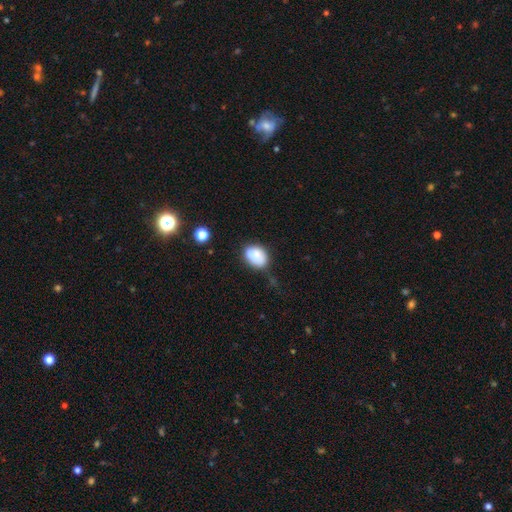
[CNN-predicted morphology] The model was most divided on "merging": none: 54%, minor disturbance: 30%, major disturbance: 8%, merger: 8%. More confident: smooth or featured — smooth (82%); how rounded — in between (72%).